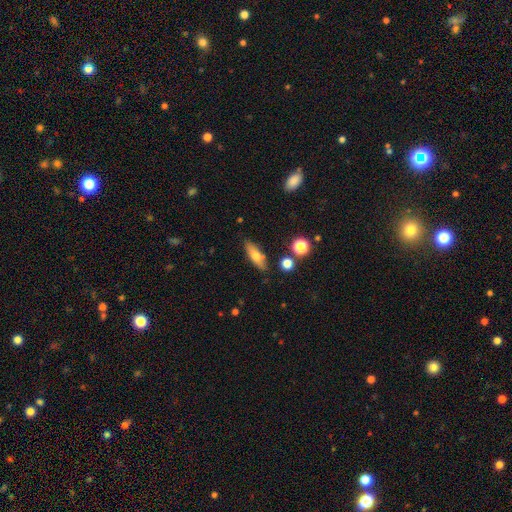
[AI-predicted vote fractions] This appears to be a smooth galaxy with no disk features (63%) that is in between round and cigar-shaped (51%). Merging: none (82%).